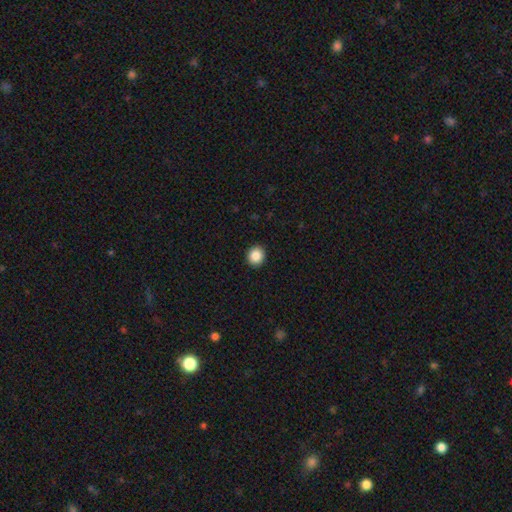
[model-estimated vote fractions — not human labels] Morphology: type=smooth (87%); roundness=round (90%); merging=none (93%).